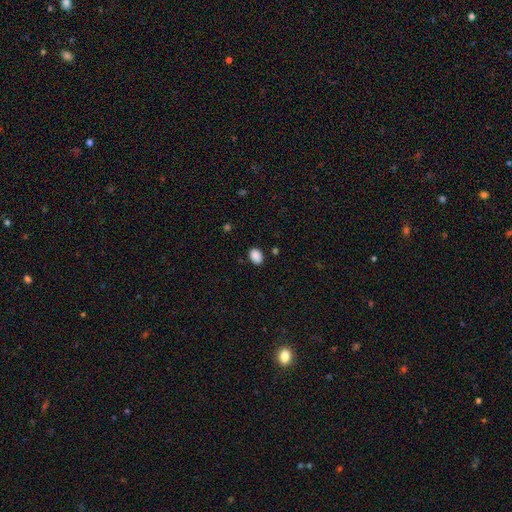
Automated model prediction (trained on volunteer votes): This is clearly a smooth galaxy (88%). How rounded: likely in between (67%). Merging: clearly none (85%).